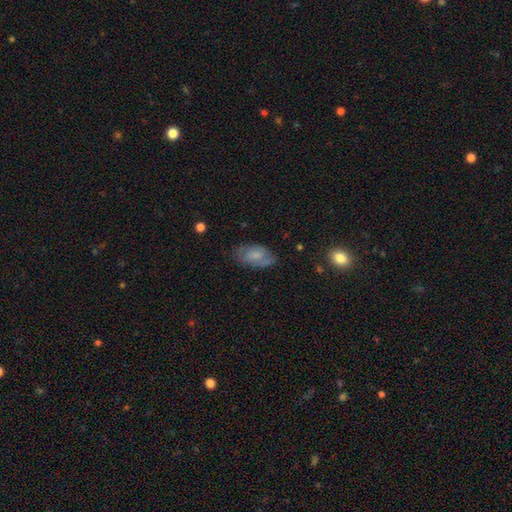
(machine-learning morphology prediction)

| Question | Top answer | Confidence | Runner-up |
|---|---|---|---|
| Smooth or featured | smooth | 60% | featured or disk (33%) |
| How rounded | in between | 92% | round (5%) |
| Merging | none | 68% | minor disturbance (23%) |